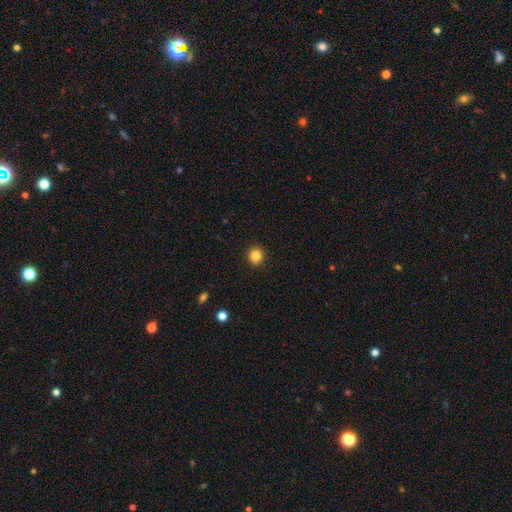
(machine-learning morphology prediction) Overall: smooth (85%). How rounded: round (90%). Merging: none (92%).